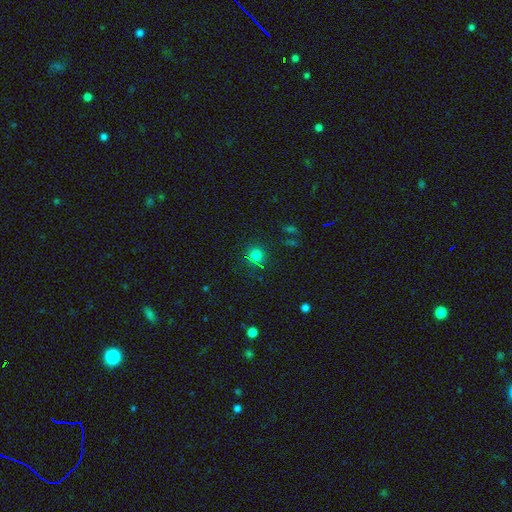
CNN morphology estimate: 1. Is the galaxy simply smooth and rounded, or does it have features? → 72% smooth, 22% star or artifact, 6% featured or disk.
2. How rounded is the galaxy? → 92% round, 7% in between, 1% cigar-shaped.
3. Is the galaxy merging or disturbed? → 83% none, 10% minor disturbance, 4% major disturbance, 3% merger.